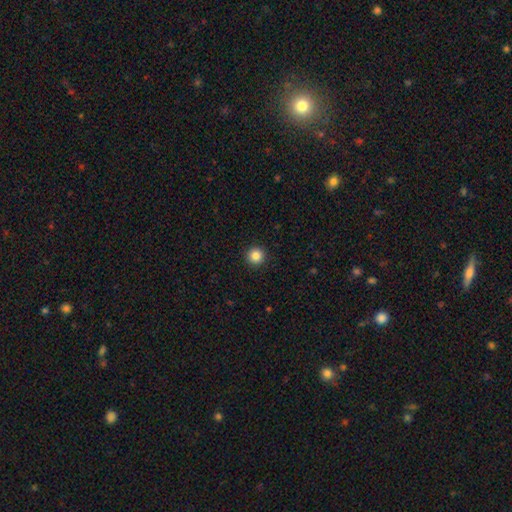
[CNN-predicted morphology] Smooth or featured: smooth — 85% (star or artifact — 11%)
How rounded: round — 96% (in between — 3%)
Merging: none — 93% (minor disturbance — 4%)